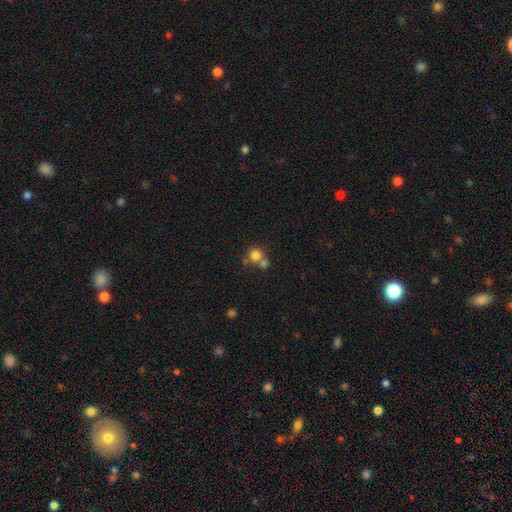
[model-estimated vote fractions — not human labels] A smooth galaxy with no disk features (79%) that is round (90%). Merging: none (49%).